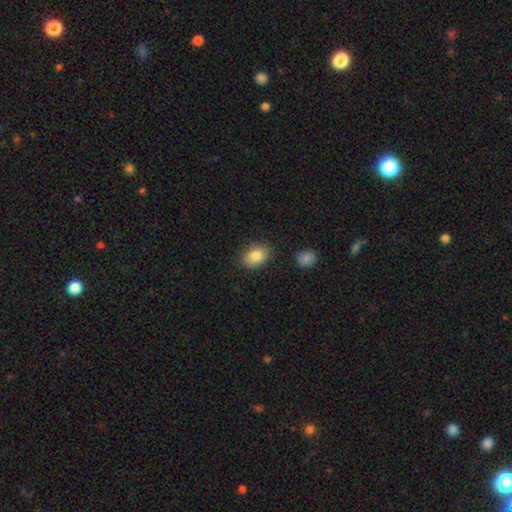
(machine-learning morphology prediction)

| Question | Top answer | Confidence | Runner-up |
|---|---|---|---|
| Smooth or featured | smooth | 84% | featured or disk (8%) |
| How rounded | in between | 79% | round (20%) |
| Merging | none | 83% | minor disturbance (11%) |